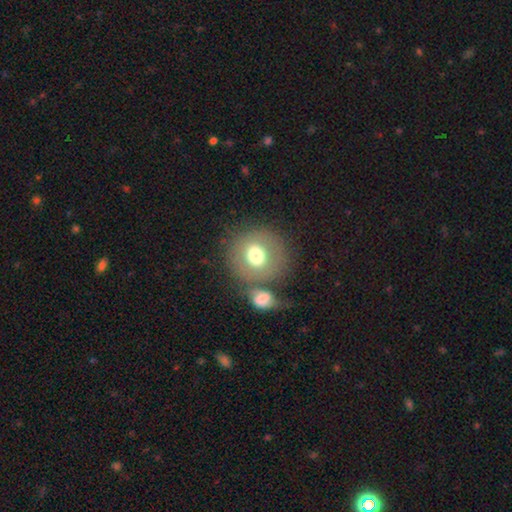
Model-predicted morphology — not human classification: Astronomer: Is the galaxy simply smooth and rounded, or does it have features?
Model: smooth — 66%.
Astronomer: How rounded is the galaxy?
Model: round — 86%.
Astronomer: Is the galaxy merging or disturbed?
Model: none — 54%.